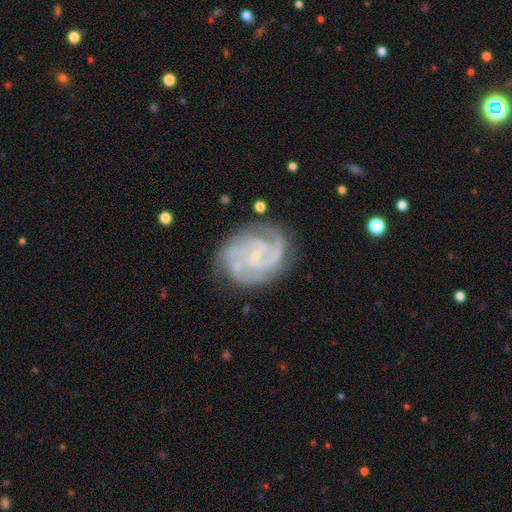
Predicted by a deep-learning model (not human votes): Smooth or featured: featured or disk — 90% (star or artifact — 5%)
Edge-on disk: no — 98% (yes — 2%)
Bar: no — 49% (weak — 39%)
Spiral arms: yes — 98% (no — 2%)
Spiral winding: tight — 60% (medium — 35%)
Spiral arm count: 3 — 40% (2 — 25%)
Bulge size: small — 78% (moderate — 11%)
Merging: none — 77% (minor disturbance — 16%)